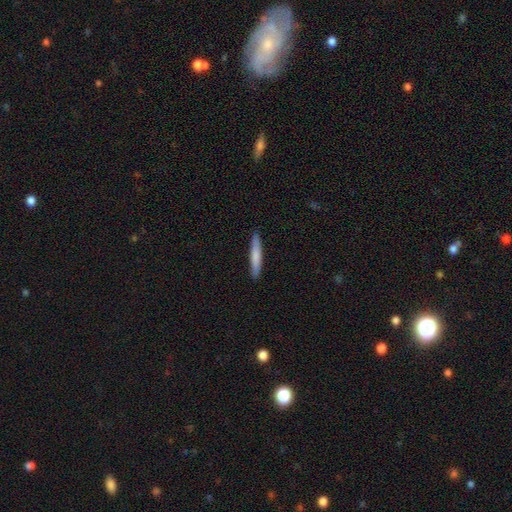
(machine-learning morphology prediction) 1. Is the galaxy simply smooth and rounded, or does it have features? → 74% smooth, 21% featured or disk, 5% star or artifact.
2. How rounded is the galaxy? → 95% cigar-shaped, 4% in between, 1% round.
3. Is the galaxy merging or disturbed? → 92% none, 6% minor disturbance, 1% major disturbance, 1% merger.